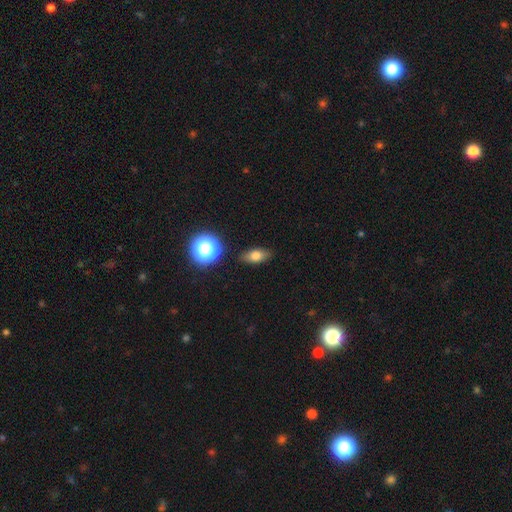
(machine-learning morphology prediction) smooth 71%, featured or disk 16%, star or artifact 13%. Down the decision tree: how rounded — in between (76%); merging — none (86%).